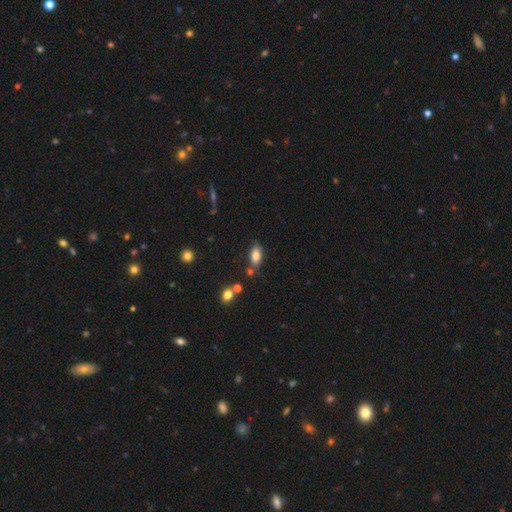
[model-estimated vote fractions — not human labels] Smooth or featured: smooth — 78% (featured or disk — 14%)
How rounded: in between — 88% (cigar-shaped — 8%)
Merging: none — 71% (minor disturbance — 16%)